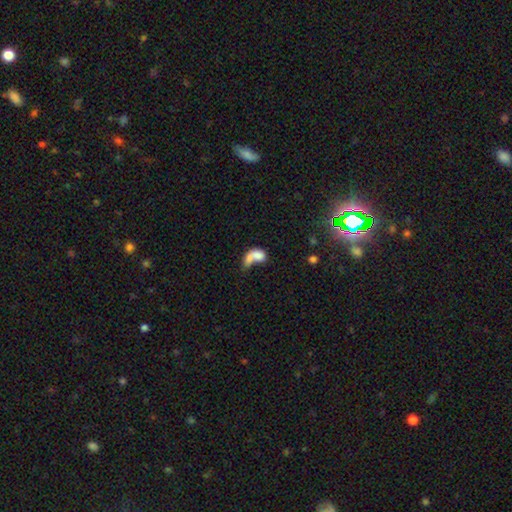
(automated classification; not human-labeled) smooth-or-featured: smooth: 64% | featured or disk: 27% | star or artifact: 10%
  how-rounded: in between: 77% | round: 18% | cigar-shaped: 5%
  merging: merger: 52% | major disturbance: 22% | none: 17% | minor disturbance: 10%